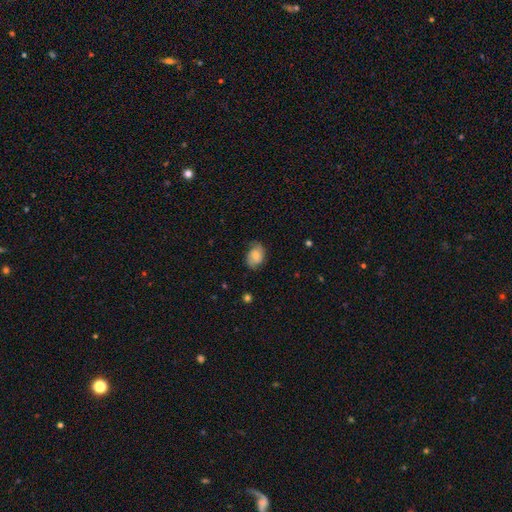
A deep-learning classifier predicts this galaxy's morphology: Smooth or featured?
  - smooth: 69% *
  - featured or disk: 23%
  - star or artifact: 8%
How rounded?
  - in between: 78% *
  - round: 21%
  - cigar-shaped: 1%
Merging?
  - none: 67% *
  - minor disturbance: 26%
  - major disturbance: 6%
  - merger: 1%